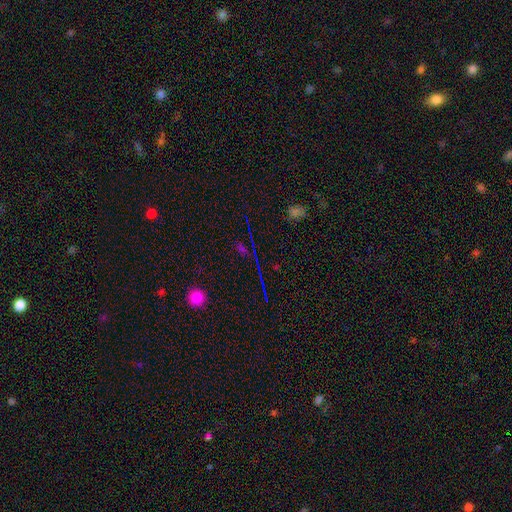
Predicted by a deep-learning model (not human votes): Smooth or featured: star or artifact — 70% (smooth — 15%)